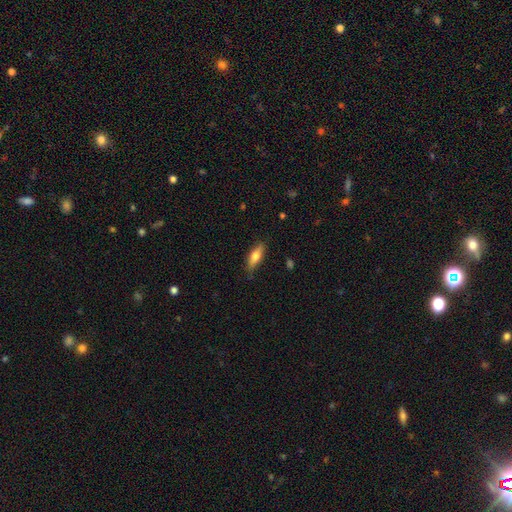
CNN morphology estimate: This is likely a smooth galaxy (68%). How rounded: possibly in between (55%). Merging: clearly none (80%).